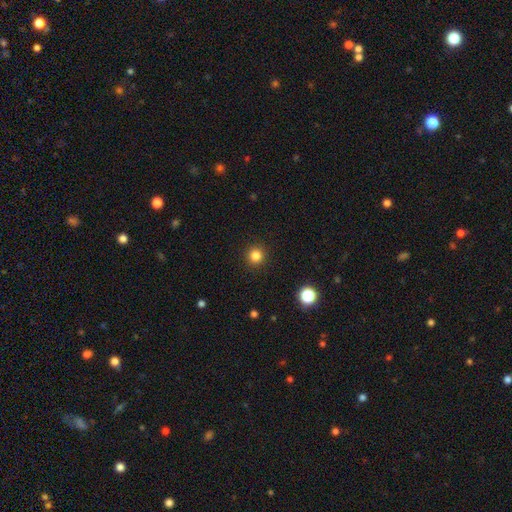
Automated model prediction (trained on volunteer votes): smooth 83%, star or artifact 13%, featured or disk 4%. Down the decision tree: how rounded — round (95%); merging — none (92%).